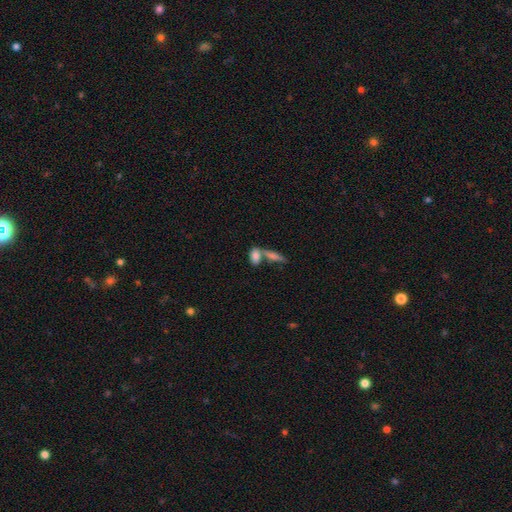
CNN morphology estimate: smooth_or_featured: smooth (p=0.80) [alt: featured or disk p=0.12]
how_rounded: in between (p=0.79) [alt: cigar-shaped p=0.16]
merging: merger (p=0.49) [alt: none p=0.38]